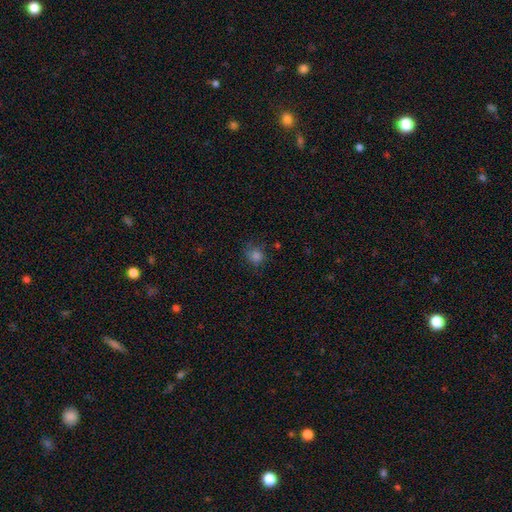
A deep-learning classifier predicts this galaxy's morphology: Smooth or featured?
  - smooth: 77% *
  - star or artifact: 17%
  - featured or disk: 6%
How rounded?
  - round: 83% *
  - in between: 16%
  - cigar-shaped: 1%
Merging?
  - none: 71% *
  - minor disturbance: 19%
  - major disturbance: 7%
  - merger: 2%